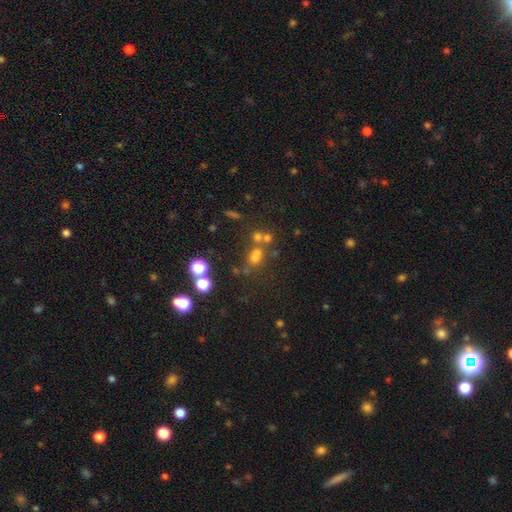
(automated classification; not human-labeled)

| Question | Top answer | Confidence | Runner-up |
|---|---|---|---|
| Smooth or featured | smooth | 54% | star or artifact (30%) |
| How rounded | round | 62% | in between (36%) |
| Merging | none | 48% | merger (33%) |